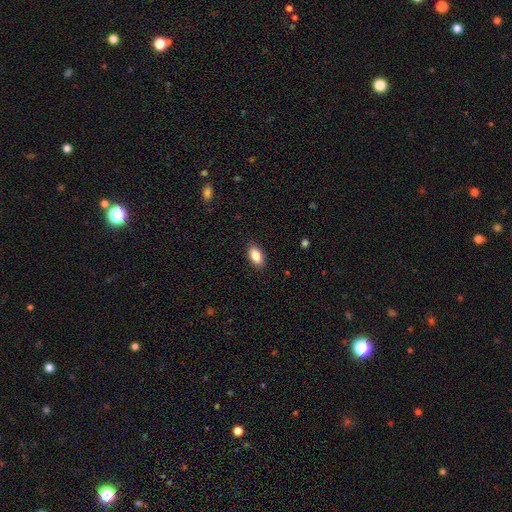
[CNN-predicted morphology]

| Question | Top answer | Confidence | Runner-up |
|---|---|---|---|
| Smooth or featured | smooth | 87% | star or artifact (7%) |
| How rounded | in between | 92% | round (5%) |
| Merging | none | 88% | minor disturbance (9%) |